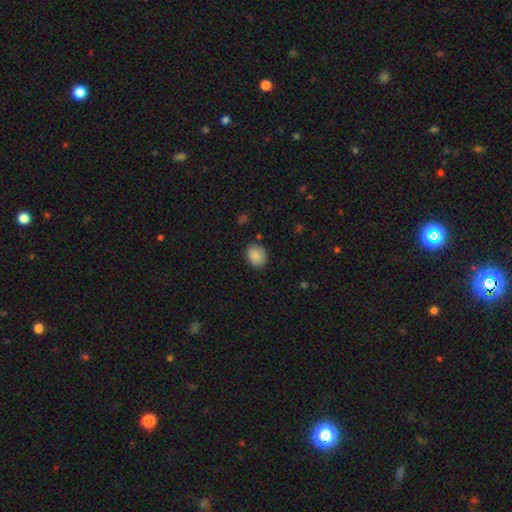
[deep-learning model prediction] smooth 87%, star or artifact 8%, featured or disk 5%. Down the decision tree: how rounded — round (62%); merging — none (84%).